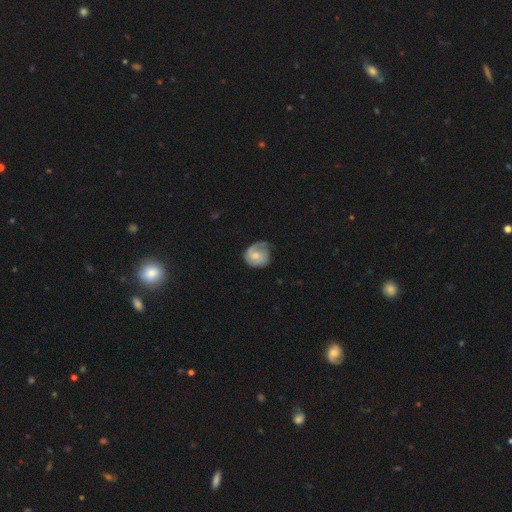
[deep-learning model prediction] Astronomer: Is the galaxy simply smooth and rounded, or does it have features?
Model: featured or disk — 58% (runner-up: smooth, 35%).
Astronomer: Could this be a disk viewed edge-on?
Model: no — 98%.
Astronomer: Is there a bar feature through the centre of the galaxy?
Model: no — 64%.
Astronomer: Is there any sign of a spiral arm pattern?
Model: yes — 88%.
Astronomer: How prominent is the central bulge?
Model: moderate — 45% (runner-up: small, 44%).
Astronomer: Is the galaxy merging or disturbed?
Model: none — 54%.